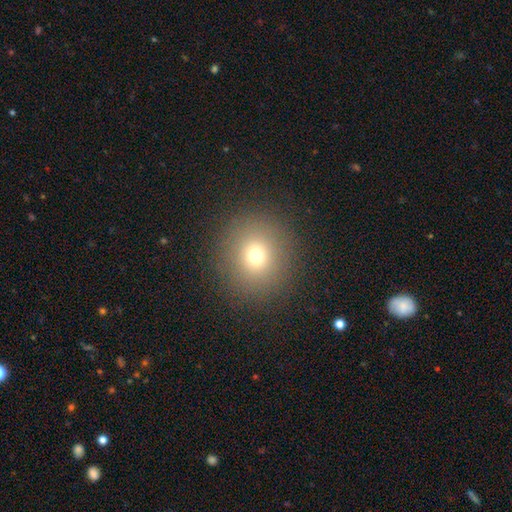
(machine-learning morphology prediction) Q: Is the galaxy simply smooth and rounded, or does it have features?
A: smooth — 72%.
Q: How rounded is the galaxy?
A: round — 89%.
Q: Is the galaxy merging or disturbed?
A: none — 90%.